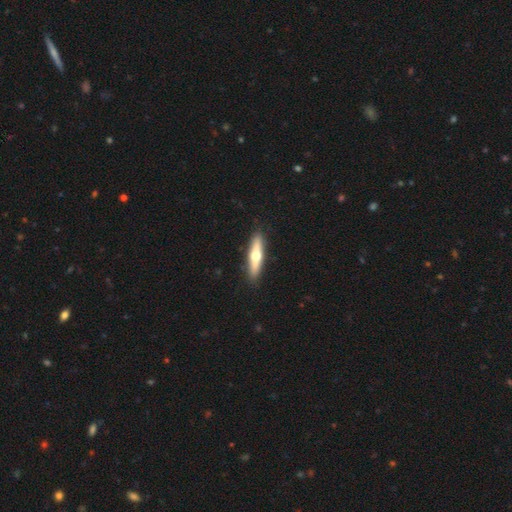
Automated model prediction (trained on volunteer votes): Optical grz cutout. It shows a featured or disk galaxy (49%). Merging: none (90%).